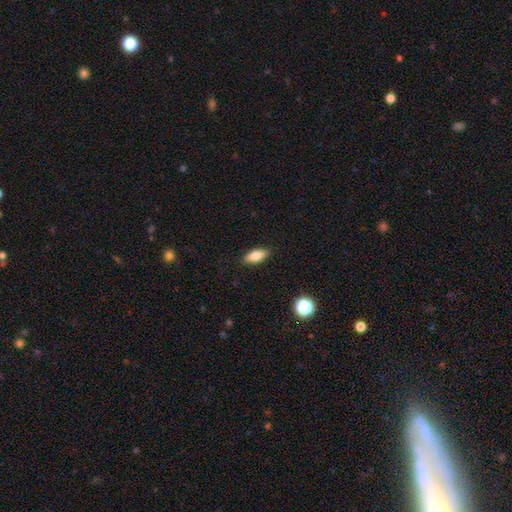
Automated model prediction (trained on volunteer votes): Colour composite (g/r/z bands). It shows a smooth galaxy with no disk features (80%) that is in between round and cigar-shaped (83%). Merging: none (88%).